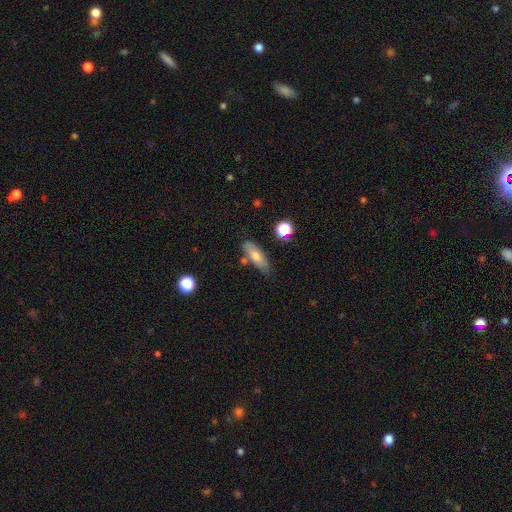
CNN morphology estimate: smooth-or-featured: smooth: 68% | featured or disk: 24% | star or artifact: 8%
  how-rounded: in between: 59% | cigar-shaped: 37% | round: 4%
  merging: none: 72% | minor disturbance: 17% | merger: 7% | major disturbance: 4%